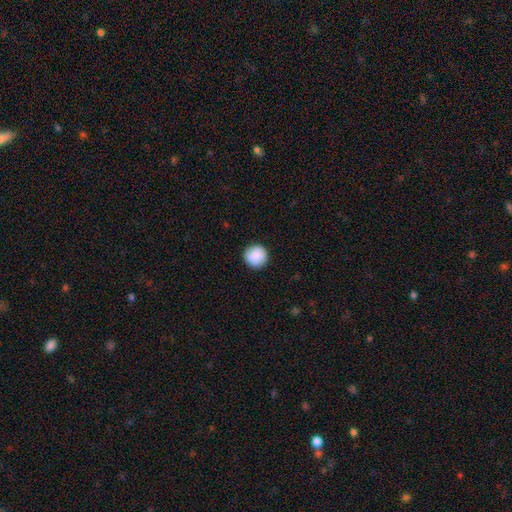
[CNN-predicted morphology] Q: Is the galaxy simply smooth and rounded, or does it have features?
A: smooth — 89%.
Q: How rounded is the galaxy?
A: round — 95%.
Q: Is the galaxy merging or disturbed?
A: none — 90%.